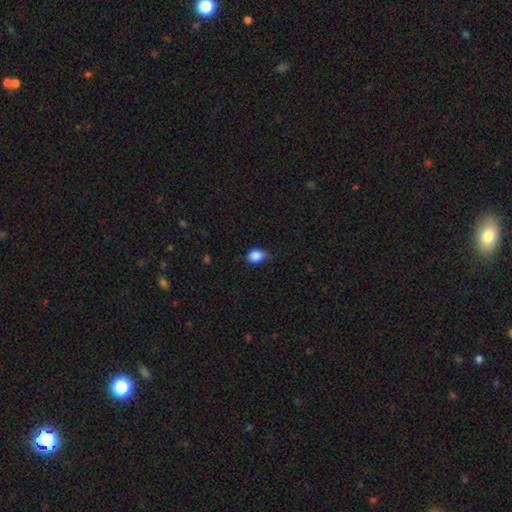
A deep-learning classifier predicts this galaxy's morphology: Smooth or featured? smooth (87%)
How rounded? in between (71%)
Merging? none (60%)